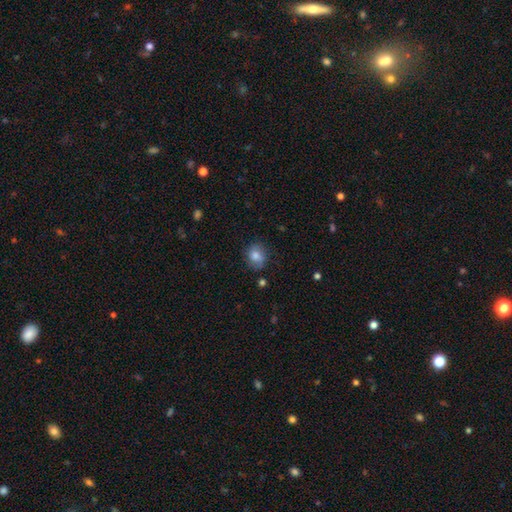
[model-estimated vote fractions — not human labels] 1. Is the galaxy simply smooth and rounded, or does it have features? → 78% smooth, 13% featured or disk, 9% star or artifact.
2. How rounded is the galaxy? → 60% round, 39% in between, 1% cigar-shaped.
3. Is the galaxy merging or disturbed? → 76% none, 18% minor disturbance, 5% major disturbance, 2% merger.